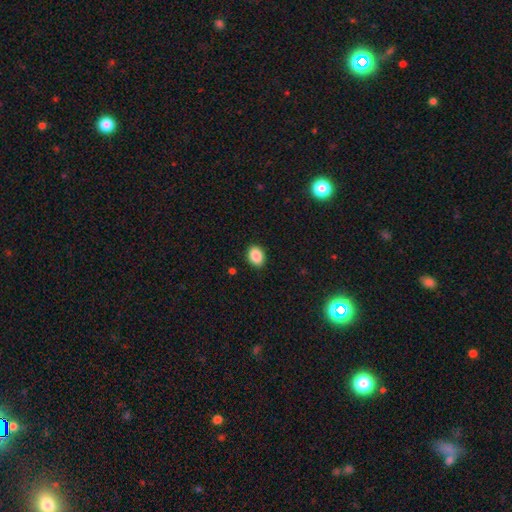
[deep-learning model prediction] smooth-or-featured: smooth: 88% | star or artifact: 8% | featured or disk: 4%
  how-rounded: in between: 65% | round: 34% | cigar-shaped: 1%
  merging: none: 90% | minor disturbance: 7% | major disturbance: 2% | merger: 1%